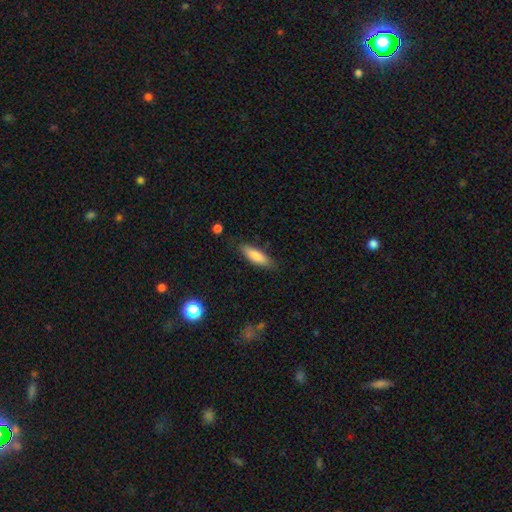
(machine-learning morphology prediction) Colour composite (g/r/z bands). It shows a smooth galaxy with no disk features (81%) that is cigar-shaped (52%). Merging: none (82%).